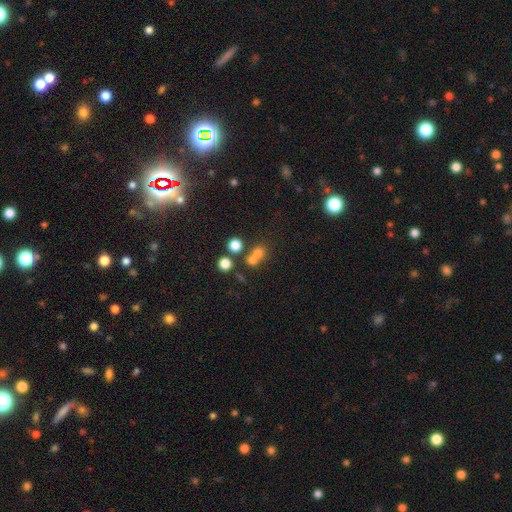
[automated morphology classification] A smooth galaxy with no disk features (68%) that is round (83%).

Vote fractions:
- Smooth or featured? smooth: 68% / star or artifact: 20% / featured or disk: 12%
- How rounded? round: 83% / in between: 16% / cigar-shaped: 1%
- Merging? none: 49% / merger: 40% / minor disturbance: 7% / major disturbance: 4%